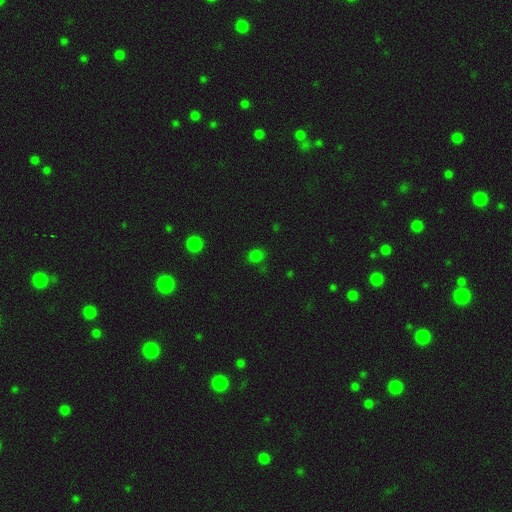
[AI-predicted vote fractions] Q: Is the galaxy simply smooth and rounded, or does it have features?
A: smooth — 74%.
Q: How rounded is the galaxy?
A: round — 80%.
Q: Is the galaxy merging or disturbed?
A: none — 82%.